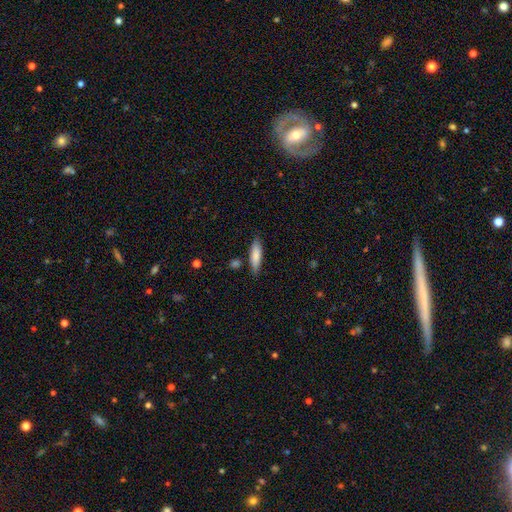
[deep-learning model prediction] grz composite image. It shows a smooth galaxy with no disk features (80%) that is cigar-shaped (66%). Merging: none (80%).